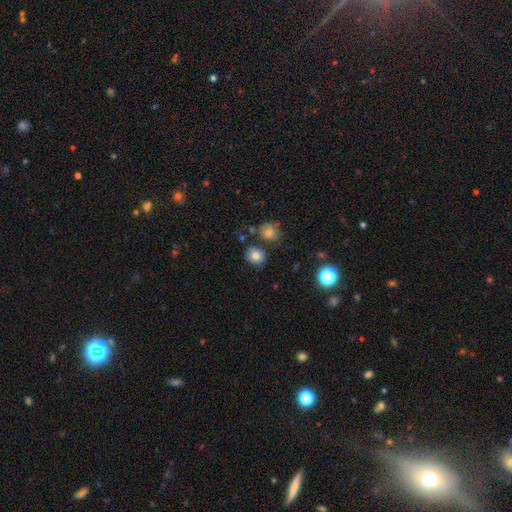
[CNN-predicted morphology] A smooth galaxy with no disk features (78%) that is round (71%).

Vote fractions:
- Smooth or featured? smooth: 78% / star or artifact: 12% / featured or disk: 9%
- How rounded? round: 71% / in between: 28% / cigar-shaped: 1%
- Merging? none: 78% / minor disturbance: 10% / merger: 8% / major disturbance: 3%